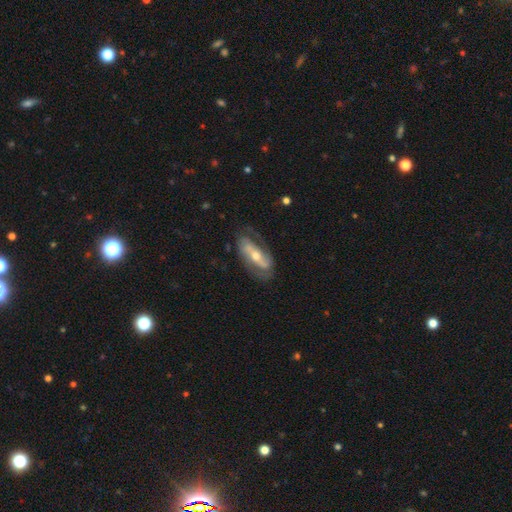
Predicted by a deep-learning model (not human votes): Smooth or featured?
  - featured or disk: 77% *
  - smooth: 17%
  - star or artifact: 6%
Edge-on disk?
  - no: 88% *
  - yes: 12%
Bar?
  - strong: 44% *
  - no: 30%
  - weak: 27%
Spiral arms?
  - yes: 85% *
  - no: 15%
Spiral winding?
  - medium: 41% *
  - loose: 30%
  - tight: 29%
Spiral arm count?
  - 2: 82% *
  - can't tell: 11%
  - 1: 4%
  - 3: 2%
  - 4: 1%
  - more than 4: 1%
Bulge size?
  - moderate: 56% *
  - small: 39%
  - large: 3%
  - none: 1%
  - dominant: 1%
Merging?
  - none: 68% *
  - minor disturbance: 19%
  - major disturbance: 11%
  - merger: 2%